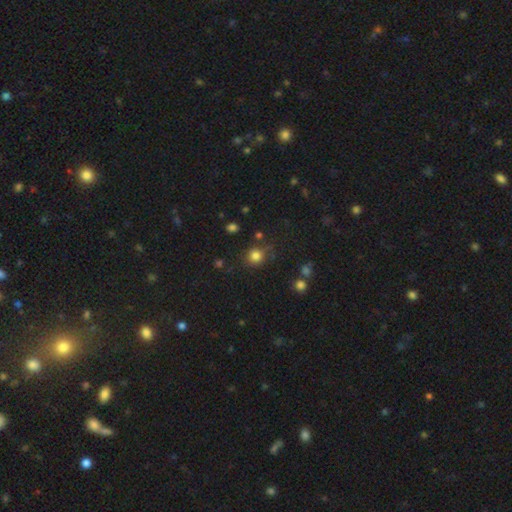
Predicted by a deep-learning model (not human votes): Smooth or featured: smooth — 80% (star or artifact — 14%)
How rounded: round — 90% (in between — 9%)
Merging: none — 79% (minor disturbance — 12%)